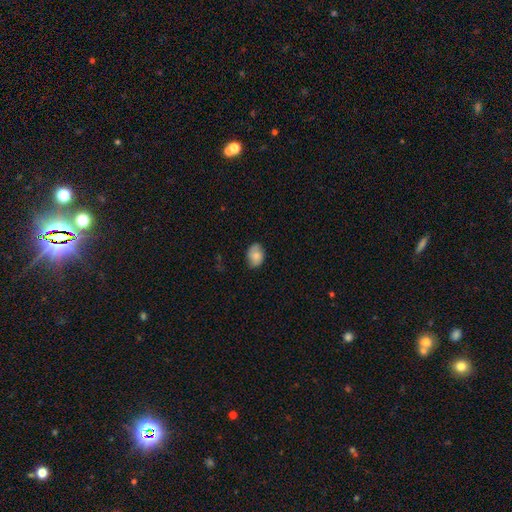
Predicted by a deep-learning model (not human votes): A smooth galaxy with no disk features (80%) that is in between round and cigar-shaped (74%). Merging: none (77%).